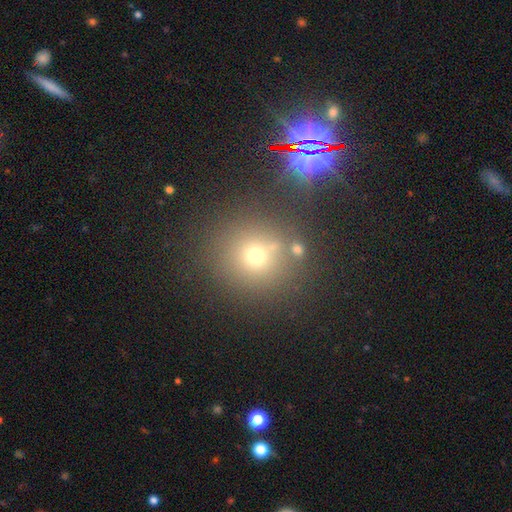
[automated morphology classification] This is likely a smooth galaxy (61%). How rounded: clearly round (91%). Merging: likely none (76%).